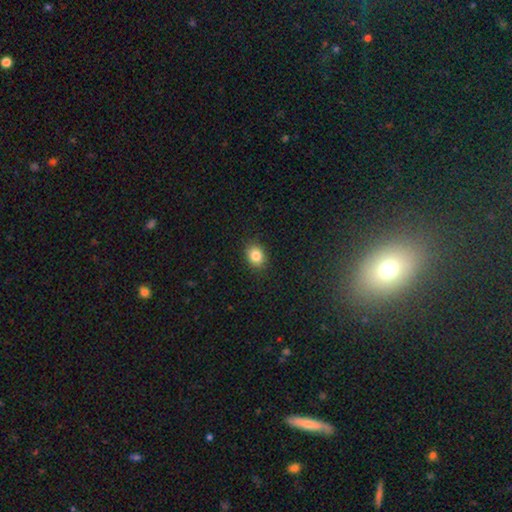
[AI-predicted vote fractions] Q: Smooth or featured?
A: smooth (84%); runner-up: star or artifact (10%)
Q: How rounded?
A: round (51%); runner-up: in between (48%)
Q: Merging?
A: none (88%); runner-up: minor disturbance (9%)